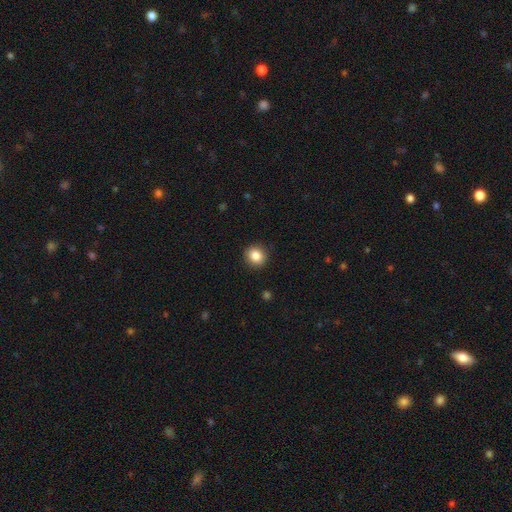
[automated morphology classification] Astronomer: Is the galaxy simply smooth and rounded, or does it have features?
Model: smooth — 86%.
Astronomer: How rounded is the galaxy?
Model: round — 86%.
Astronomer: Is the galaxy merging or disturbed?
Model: none — 91%.